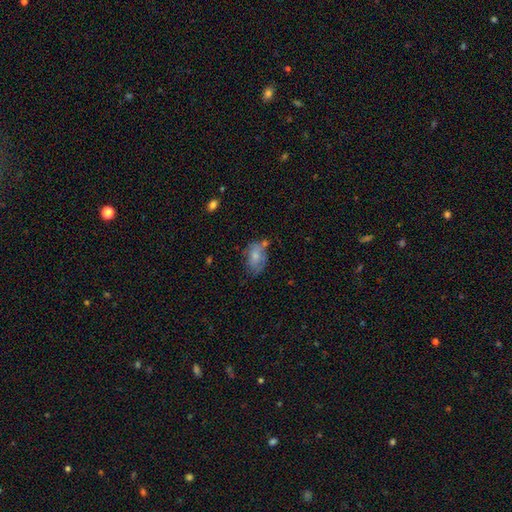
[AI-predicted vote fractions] The model was most divided on "merging": none: 45%, minor disturbance: 29%, merger: 13%, major disturbance: 12%. More confident: how rounded — in between (86%); smooth or featured — smooth (71%).